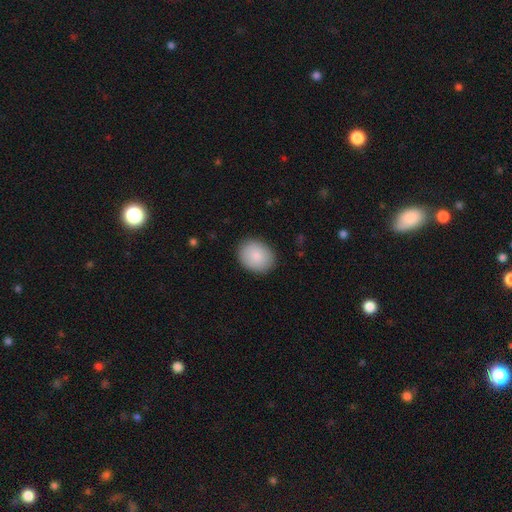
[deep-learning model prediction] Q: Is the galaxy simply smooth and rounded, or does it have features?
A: smooth — 88%.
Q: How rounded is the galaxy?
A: in between — 55%.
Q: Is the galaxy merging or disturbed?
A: none — 88%.